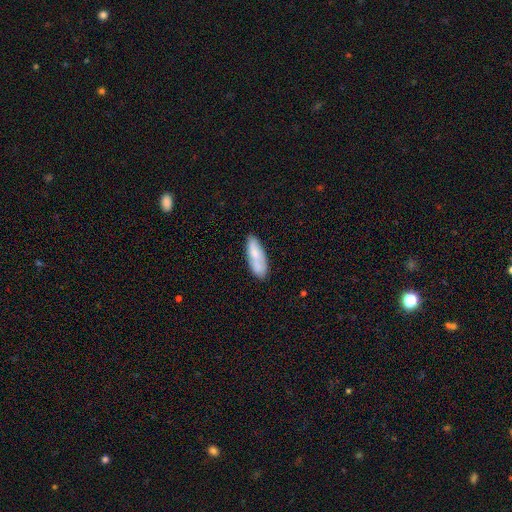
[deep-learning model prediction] A smooth galaxy with no disk features (67%) that is in between round and cigar-shaped (58%).

Vote fractions:
- Smooth or featured? smooth: 67% / featured or disk: 26% / star or artifact: 7%
- How rounded? in between: 58% / cigar-shaped: 40% / round: 2%
- Merging? none: 75% / minor disturbance: 18% / major disturbance: 4% / merger: 3%